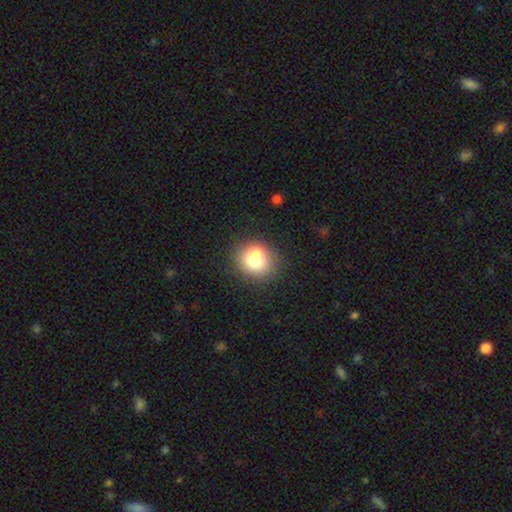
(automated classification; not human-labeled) Overall: smooth (68%). How rounded: round (76%). Merging: none (49%; merger 35%).